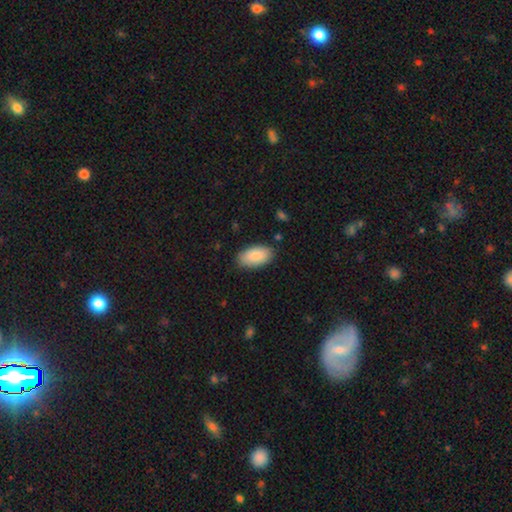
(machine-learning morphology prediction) Smooth or featured? smooth (87%)
How rounded? in between (95%)
Merging? none (85%)